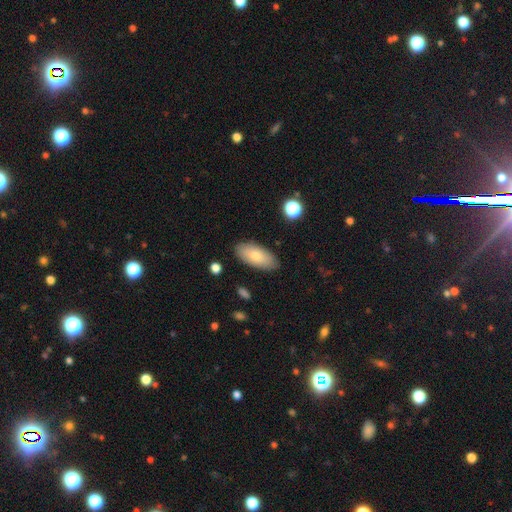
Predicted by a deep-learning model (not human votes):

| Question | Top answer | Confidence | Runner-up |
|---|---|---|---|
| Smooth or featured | smooth | 77% | featured or disk (16%) |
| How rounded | in between | 90% | cigar-shaped (8%) |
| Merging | none | 86% | minor disturbance (10%) |